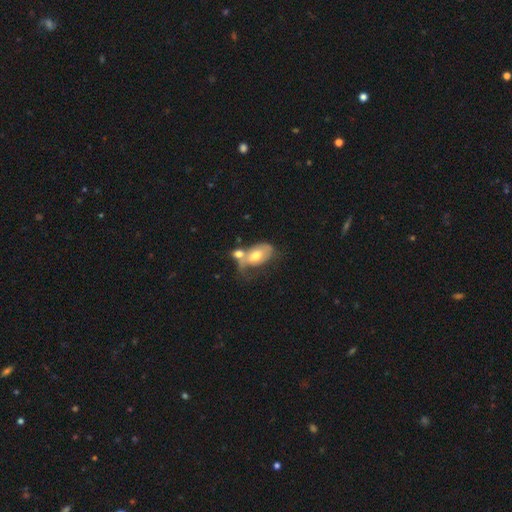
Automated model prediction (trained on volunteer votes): This is possibly a smooth galaxy (52%). How rounded: clearly in between (90%). Merging: possibly merger (50%).